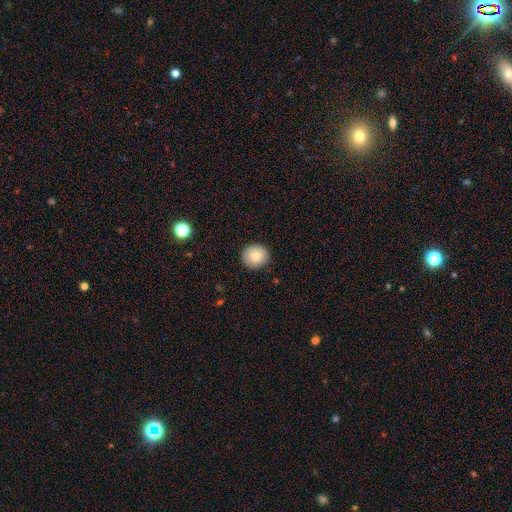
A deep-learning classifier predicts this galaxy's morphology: Smooth or featured? Predicted: smooth (p=0.82). How rounded? Predicted: round (p=0.87). Merging? Predicted: none (p=0.90).